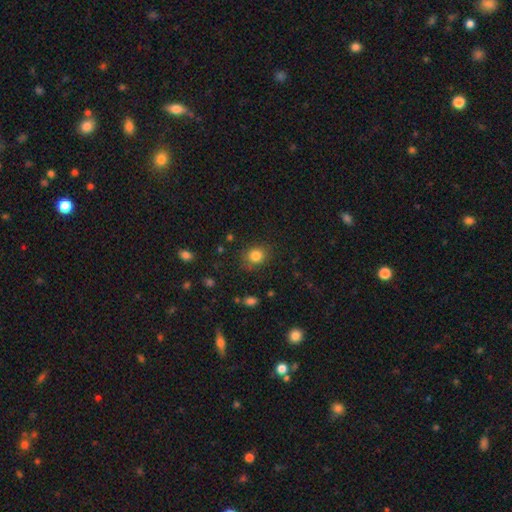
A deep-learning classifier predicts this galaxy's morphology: smooth_or_featured: smooth (p=0.83) [alt: star or artifact p=0.11]
how_rounded: round (p=0.71) [alt: in between p=0.28]
merging: none (p=0.81) [alt: minor disturbance p=0.13]